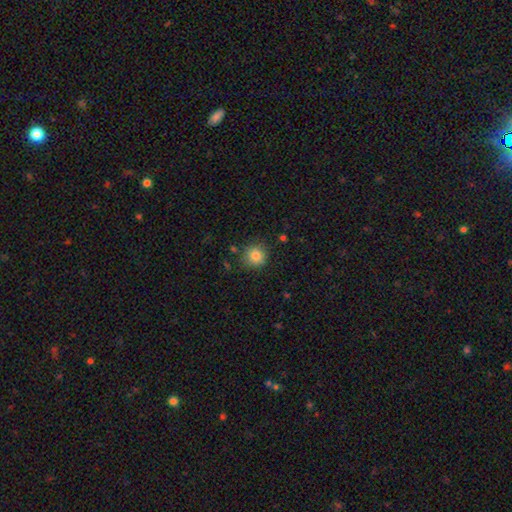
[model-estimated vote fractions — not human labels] The model was most divided on "smooth or featured": smooth: 83%, star or artifact: 11%, featured or disk: 6%. More confident: how rounded — round (93%); merging — none (85%).